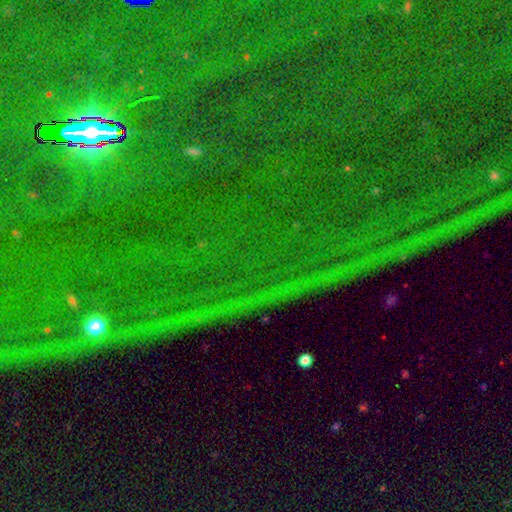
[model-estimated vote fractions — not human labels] smooth-or-featured: star or artifact: 85% | featured or disk: 8% | smooth: 7%